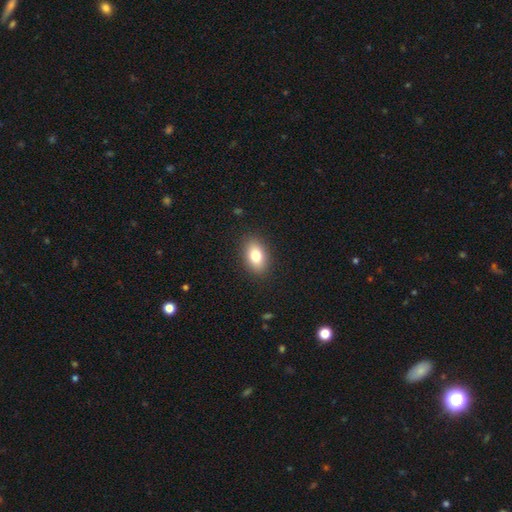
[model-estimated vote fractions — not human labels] A smooth galaxy with no disk features (81%) that is in between round and cigar-shaped (87%).

Vote fractions:
- Smooth or featured? smooth: 81% / featured or disk: 11% / star or artifact: 8%
- How rounded? in between: 87% / round: 11% / cigar-shaped: 2%
- Merging? none: 88% / minor disturbance: 8% / major disturbance: 3% / merger: 1%